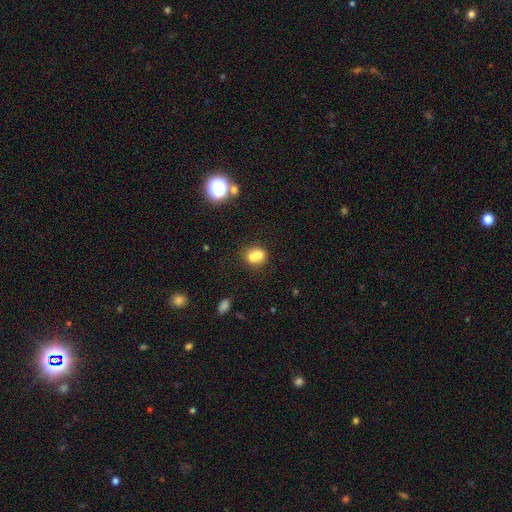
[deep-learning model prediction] Smooth or featured? smooth (71%)
How rounded? round (60%)
Merging? merger (51%)